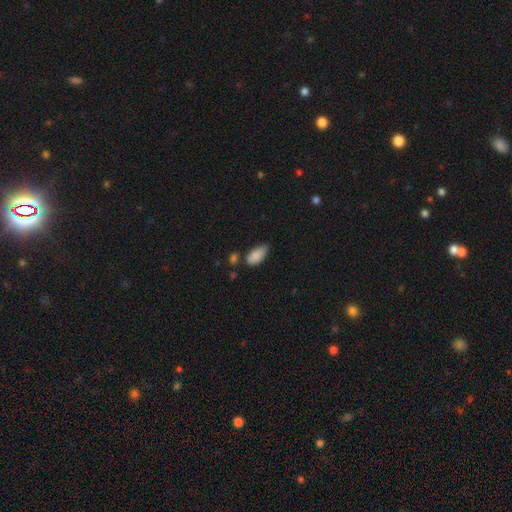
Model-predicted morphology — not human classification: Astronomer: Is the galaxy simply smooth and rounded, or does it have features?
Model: smooth — 86%.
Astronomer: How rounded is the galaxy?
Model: in between — 90%.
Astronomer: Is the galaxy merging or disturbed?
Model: none — 49% (runner-up: minor disturbance, 37%).